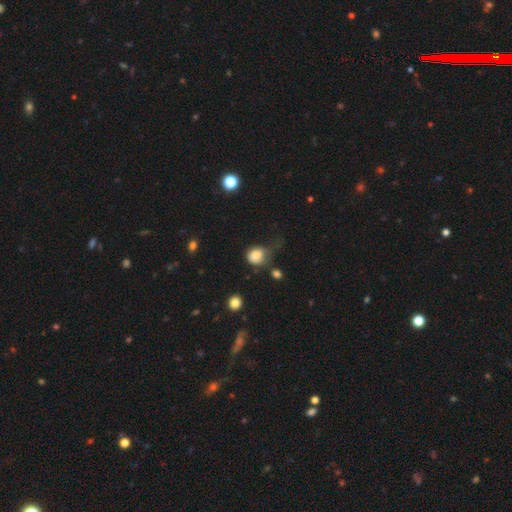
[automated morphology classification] Smooth or featured? Predicted: smooth (p=0.82). How rounded? Predicted: round (p=0.64). Merging? Predicted: major disturbance (p=0.36).